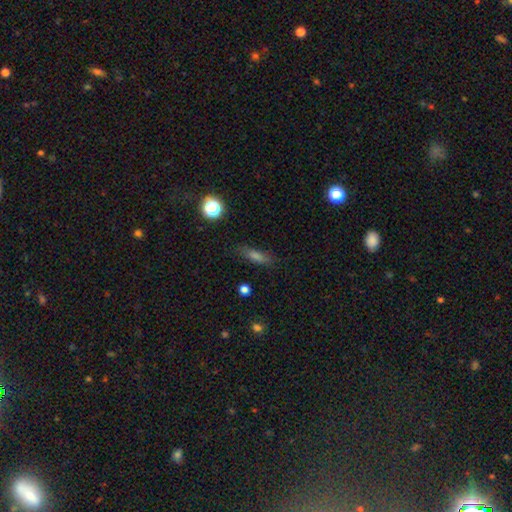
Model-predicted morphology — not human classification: smooth_or_featured: smooth (p=0.65) [alt: featured or disk p=0.19]
how_rounded: cigar-shaped (p=0.58) [alt: in between p=0.35]
merging: none (p=0.80) [alt: minor disturbance p=0.14]